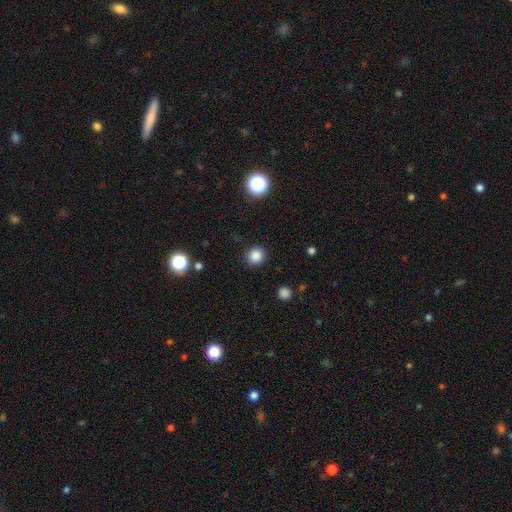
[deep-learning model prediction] Q: Smooth or featured?
A: smooth (84%); runner-up: star or artifact (13%)
Q: How rounded?
A: round (92%); runner-up: in between (7%)
Q: Merging?
A: none (91%); runner-up: minor disturbance (6%)